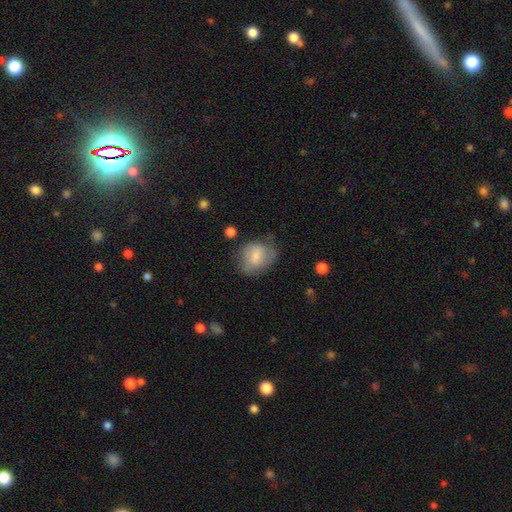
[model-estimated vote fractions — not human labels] The model was most divided on "how rounded": in between: 56%, round: 43%, cigar-shaped: 1%. More confident: smooth or featured — smooth (67%); merging — none (51%).